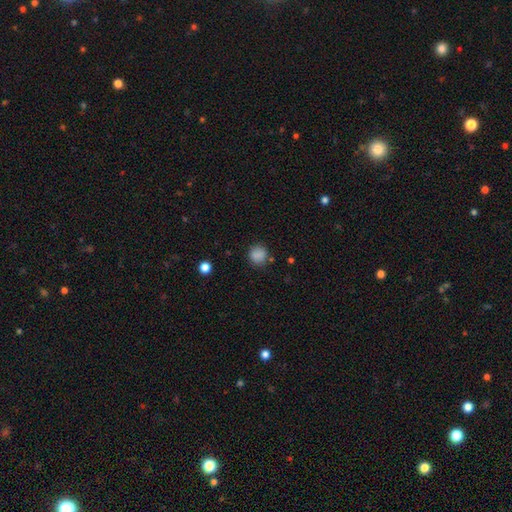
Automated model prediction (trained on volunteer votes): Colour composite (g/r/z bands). It shows a smooth galaxy with no disk features (84%) that is round (89%). Merging: none (82%).